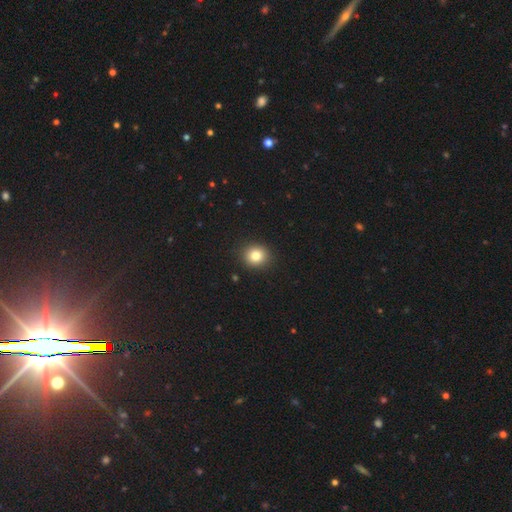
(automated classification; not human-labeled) Overall: smooth (82%). How rounded: round (83%). Merging: none (91%).